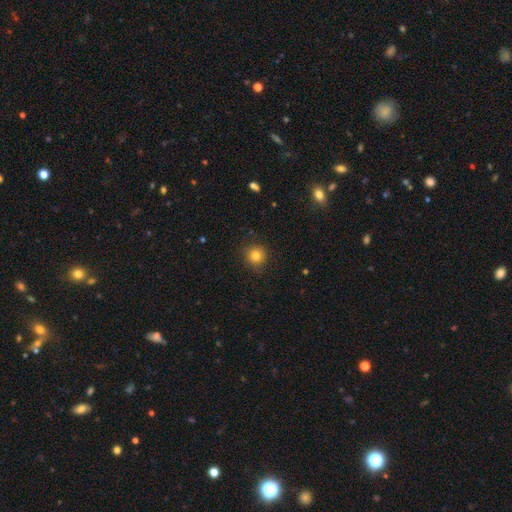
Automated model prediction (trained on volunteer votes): smooth 81%, star or artifact 13%, featured or disk 7%. Down the decision tree: how rounded — round (93%); merging — none (87%).